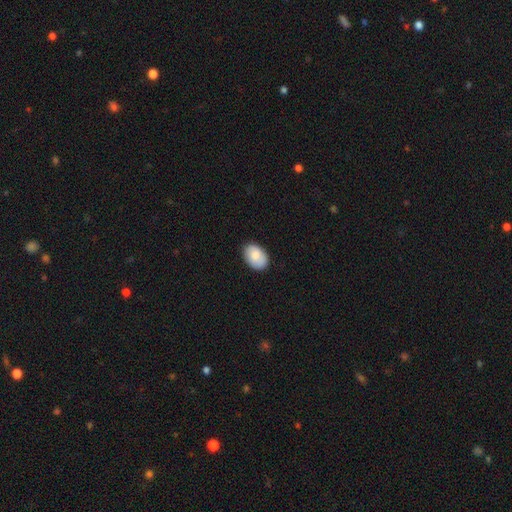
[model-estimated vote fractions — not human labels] smooth 82%, featured or disk 12%, star or artifact 6%. Down the decision tree: how rounded — in between (82%); merging — none (85%).